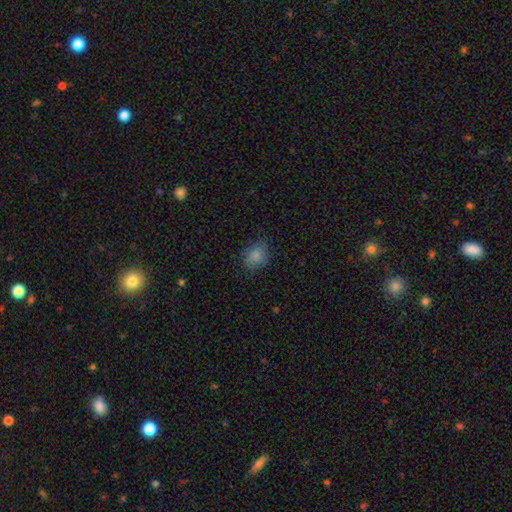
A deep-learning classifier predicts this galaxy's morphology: Q: Smooth or featured?
A: smooth (83%); runner-up: star or artifact (9%)
Q: How rounded?
A: round (63%); runner-up: in between (36%)
Q: Merging?
A: none (73%); runner-up: minor disturbance (20%)